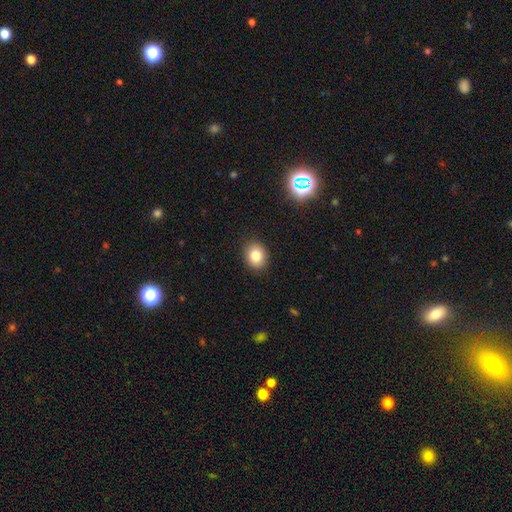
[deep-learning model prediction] Smooth or featured? smooth (82%)
How rounded? round (50%)
Merging? none (89%)